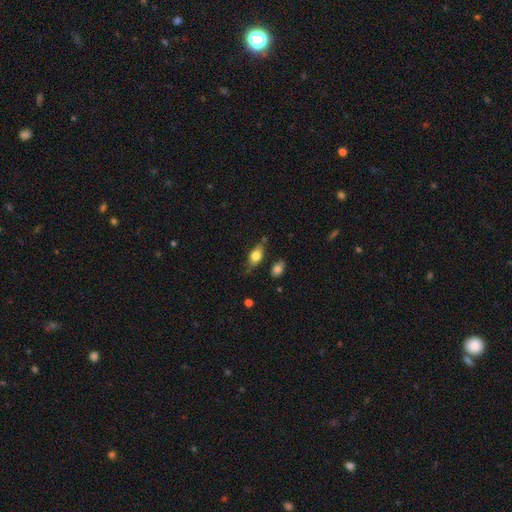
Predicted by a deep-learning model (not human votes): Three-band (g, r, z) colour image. It shows a smooth galaxy with no disk features (73%) that is in between round and cigar-shaped (82%). Merging: none (63%).